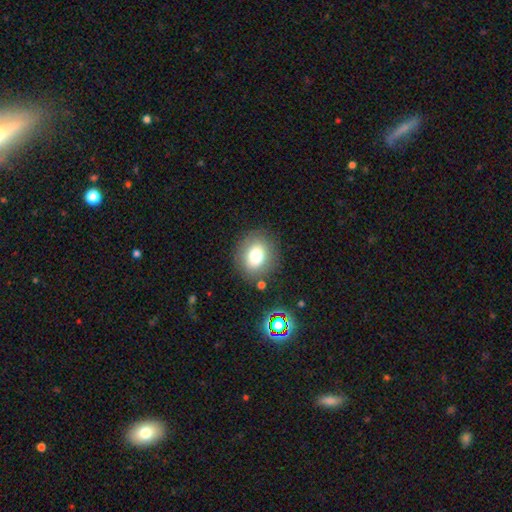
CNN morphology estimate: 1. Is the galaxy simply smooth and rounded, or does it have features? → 74% smooth, 13% star or artifact, 13% featured or disk.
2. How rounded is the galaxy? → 71% round, 28% in between, 1% cigar-shaped.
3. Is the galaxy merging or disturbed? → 83% none, 10% minor disturbance, 4% major disturbance, 3% merger.